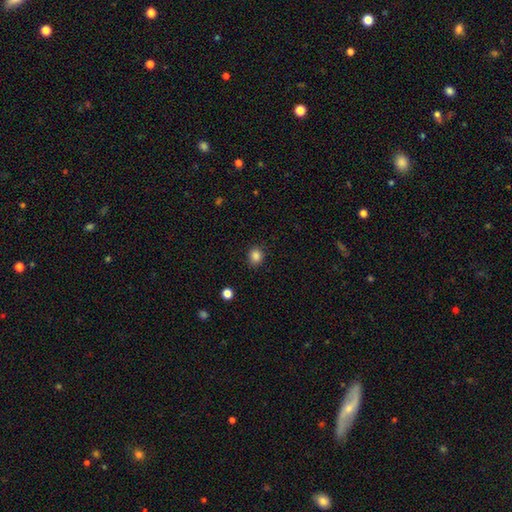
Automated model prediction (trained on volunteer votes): Smooth or featured: smooth — 85% (star or artifact — 11%)
How rounded: round — 72% (in between — 28%)
Merging: none — 87% (minor disturbance — 9%)